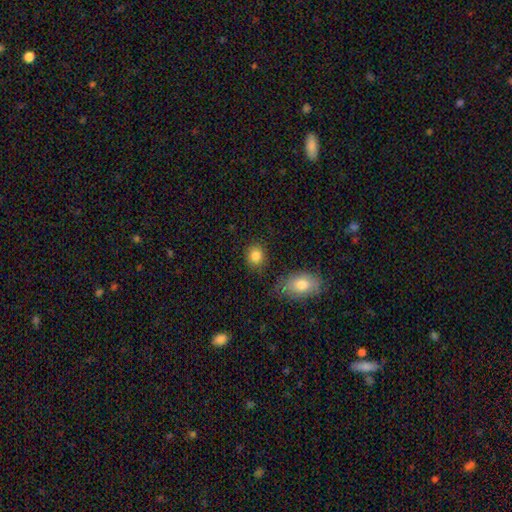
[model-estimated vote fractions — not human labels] Smooth or featured: smooth — 85% (star or artifact — 9%)
How rounded: round — 70% (in between — 28%)
Merging: none — 83% (minor disturbance — 10%)